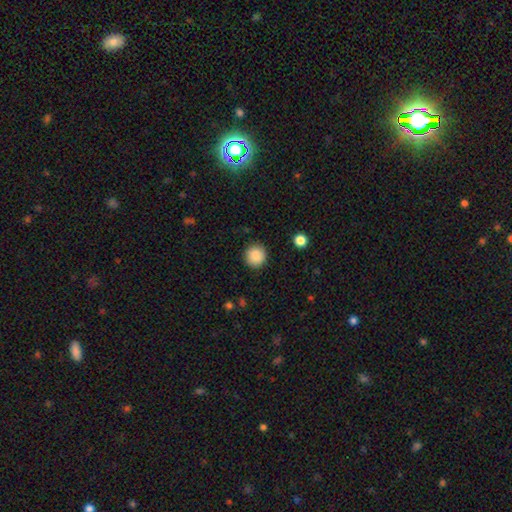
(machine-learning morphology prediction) Smooth or featured? Predicted: smooth (p=0.88). How rounded? Predicted: round (p=0.93). Merging? Predicted: none (p=0.91).